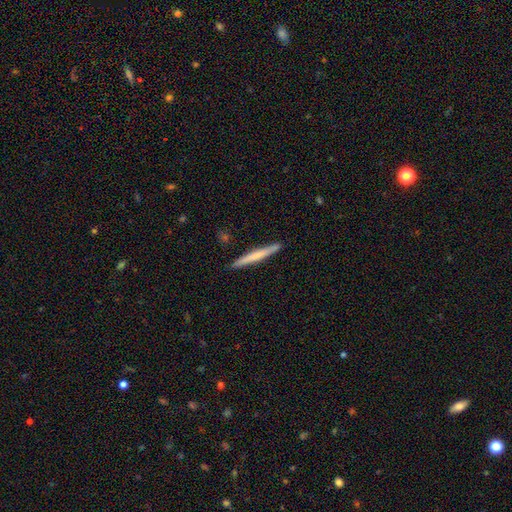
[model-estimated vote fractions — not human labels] smooth_or_featured: smooth (p=0.57) [alt: featured or disk p=0.38]
how_rounded: cigar-shaped (p=0.97) [alt: in between p=0.02]
merging: none (p=0.91) [alt: minor disturbance p=0.07]